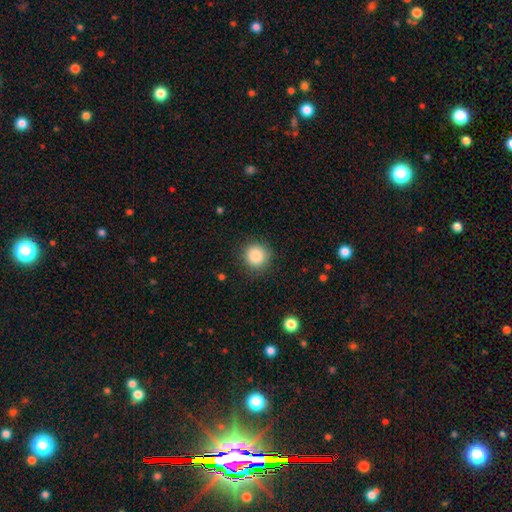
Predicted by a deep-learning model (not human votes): Q: Smooth or featured?
A: smooth (86%); runner-up: star or artifact (9%)
Q: How rounded?
A: round (93%); runner-up: in between (6%)
Q: Merging?
A: none (88%); runner-up: minor disturbance (8%)